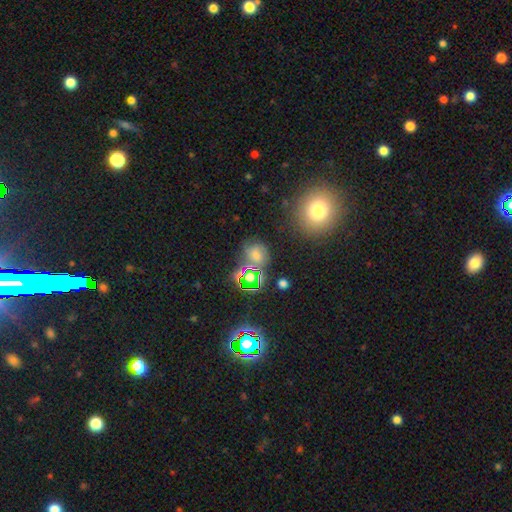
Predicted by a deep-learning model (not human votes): Smooth or featured?
  - star or artifact: 48% *
  - smooth: 38%
  - featured or disk: 14%